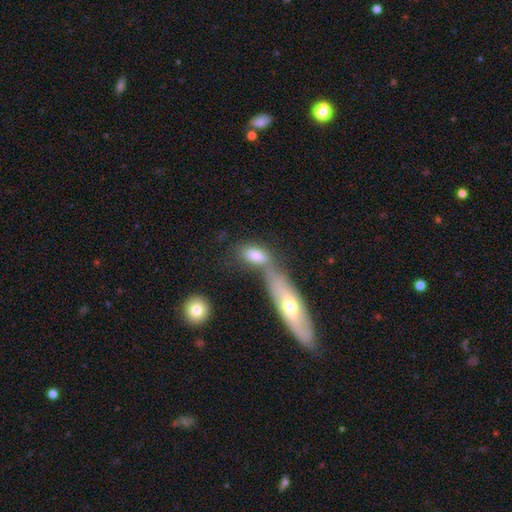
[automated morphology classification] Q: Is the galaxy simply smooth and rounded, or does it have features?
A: smooth — 76%.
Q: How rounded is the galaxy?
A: in between — 81%.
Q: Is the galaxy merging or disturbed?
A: merger — 46%.